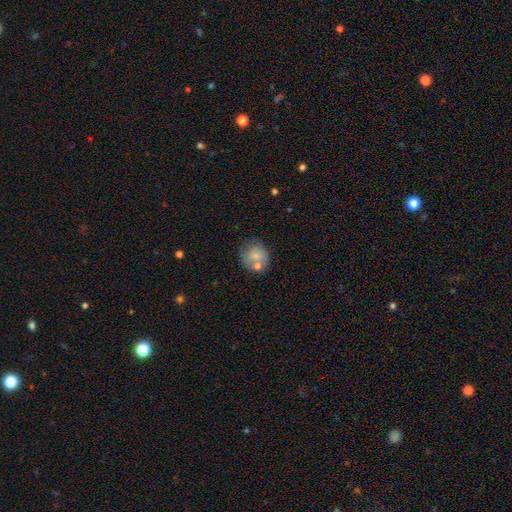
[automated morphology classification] smooth 71%, featured or disk 21%, star or artifact 8%. Down the decision tree: how rounded — round (83%); merging — none (57%).